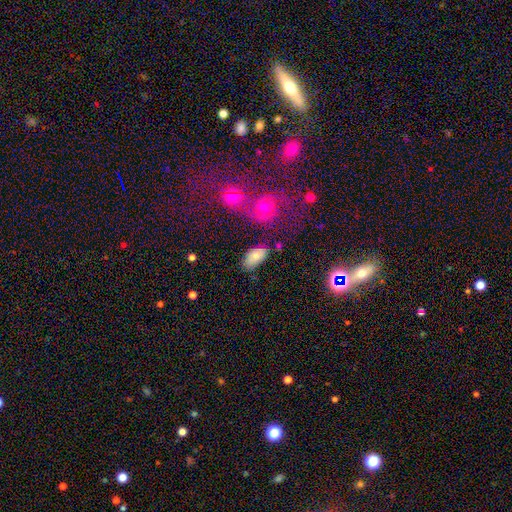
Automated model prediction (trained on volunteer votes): Smooth or featured? smooth (78%)
How rounded? in between (93%)
Merging? none (62%)